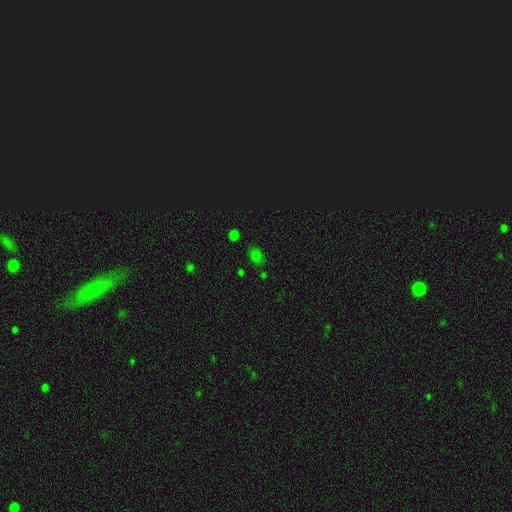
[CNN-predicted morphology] Smooth or featured? smooth (67%)
How rounded? in between (56%)
Merging? none (77%)